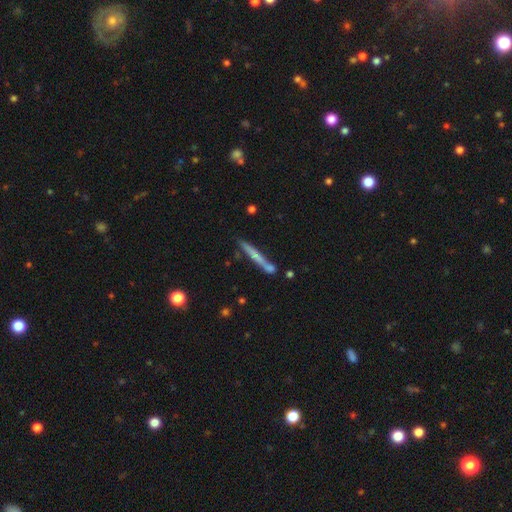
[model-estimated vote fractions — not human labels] smooth-or-featured: featured or disk: 47% | smooth: 46% | star or artifact: 7%
  merging: none: 69% | minor disturbance: 15% | merger: 13% | major disturbance: 4%